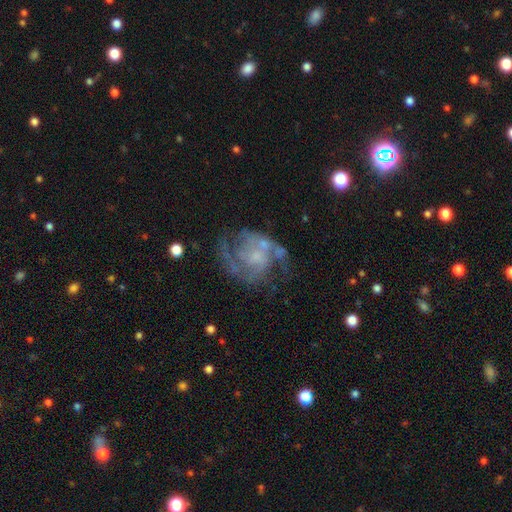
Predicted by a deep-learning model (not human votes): This is clearly a featured or disk galaxy (83%). It is clearly not viewed edge-on (98%). Bar: likely no (62%). Spiral arm pattern: clearly yes (89%). Spiral arm count: likely 2 (61%). Spiral winding: possibly medium (49%). Central bulge: marginally small (40%). Merging: possibly none (55%).